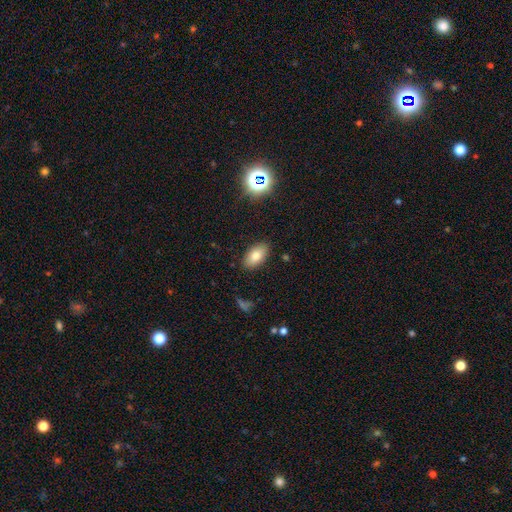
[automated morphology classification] smooth_or_featured: smooth (p=0.78) [alt: featured or disk p=0.12]
how_rounded: in between (p=0.92) [alt: round p=0.05]
merging: none (p=0.87) [alt: minor disturbance p=0.09]